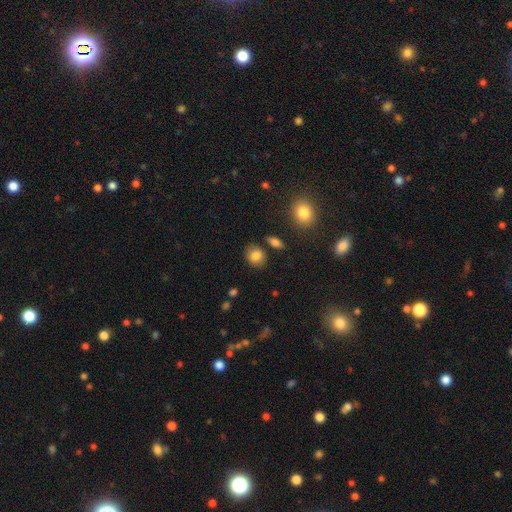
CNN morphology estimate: This is clearly a smooth galaxy (83%). How rounded: likely round (61%). Merging: likely none (78%).